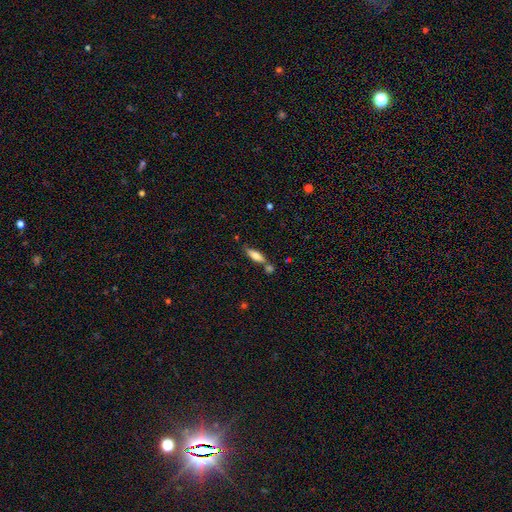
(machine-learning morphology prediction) A smooth galaxy with no disk features (71%) that is in between round and cigar-shaped (50%). Merging: none (55%).